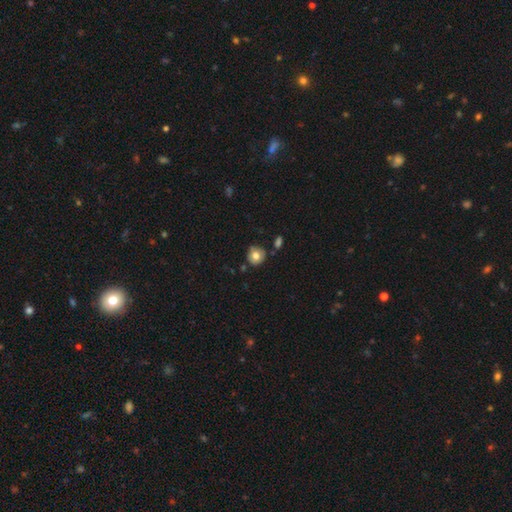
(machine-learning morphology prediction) Smooth or featured?
  - smooth: 76% *
  - featured or disk: 15%
  - star or artifact: 9%
How rounded?
  - round: 89% *
  - in between: 10%
  - cigar-shaped: 1%
Merging?
  - none: 75% *
  - minor disturbance: 16%
  - merger: 6%
  - major disturbance: 3%